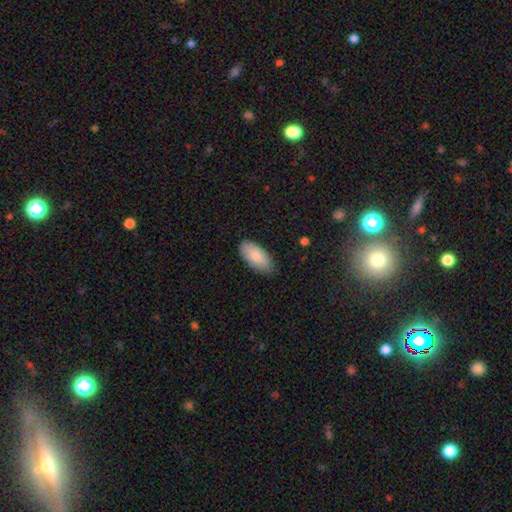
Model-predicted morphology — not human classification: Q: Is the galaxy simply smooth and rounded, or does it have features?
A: smooth — 85%.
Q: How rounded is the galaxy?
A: in between — 93%.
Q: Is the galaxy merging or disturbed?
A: none — 81%.